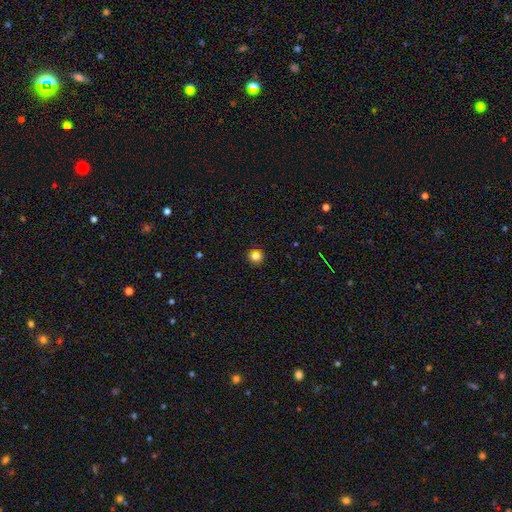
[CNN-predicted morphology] This is clearly a smooth galaxy (83%). How rounded: clearly round (90%). Merging: clearly none (92%).